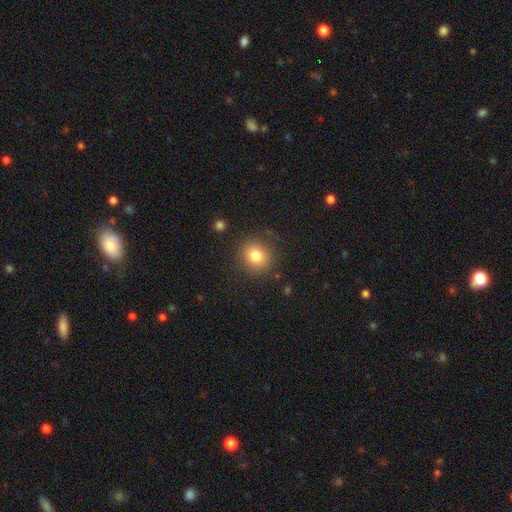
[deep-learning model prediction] A smooth galaxy with no disk features (80%) that is round (84%). Merging: none (86%).